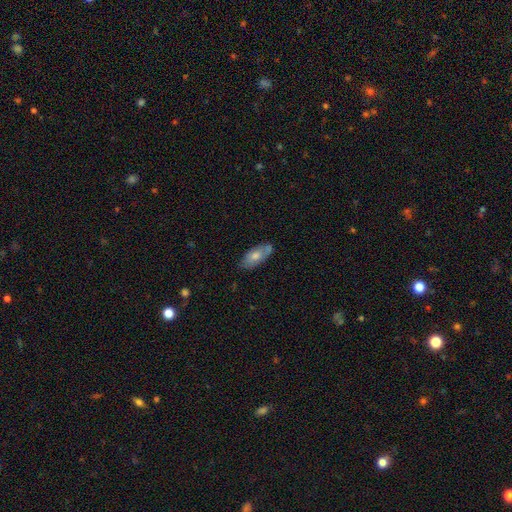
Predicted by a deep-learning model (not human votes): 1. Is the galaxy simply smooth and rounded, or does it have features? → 67% smooth, 27% featured or disk, 6% star or artifact.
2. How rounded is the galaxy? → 86% in between, 12% cigar-shaped, 2% round.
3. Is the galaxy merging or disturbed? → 68% none, 23% minor disturbance, 5% merger, 4% major disturbance.